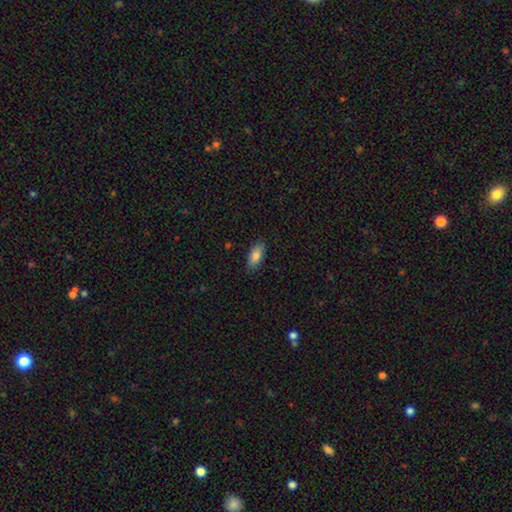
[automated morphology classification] The model was most divided on "merging": none: 84%, minor disturbance: 12%, major disturbance: 2%, merger: 1%. More confident: how rounded — in between (87%); smooth or featured — smooth (84%).